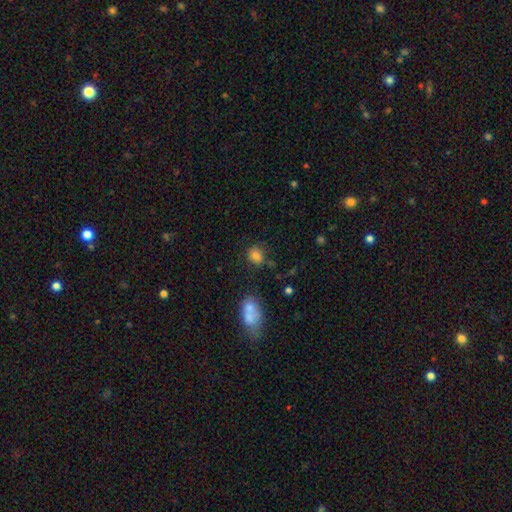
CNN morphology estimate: A smooth galaxy with no disk features (81%) that is round (61%). Merging: none (72%).